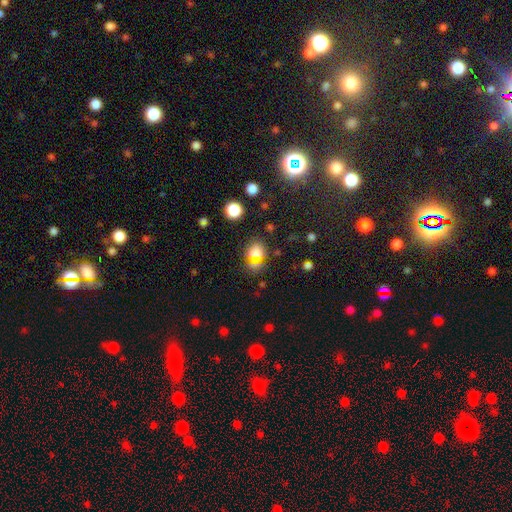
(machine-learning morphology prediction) A smooth galaxy with no disk features (62%) that is round (54%). Merging: none (76%).